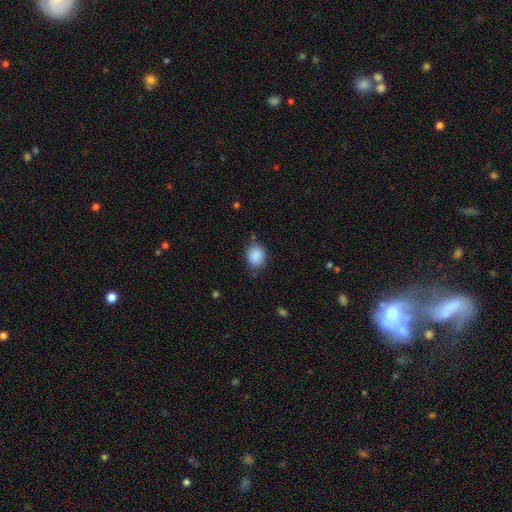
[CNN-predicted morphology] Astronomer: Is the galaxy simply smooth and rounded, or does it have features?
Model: smooth — 88%.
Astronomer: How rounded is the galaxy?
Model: round — 59% (runner-up: in between, 40%).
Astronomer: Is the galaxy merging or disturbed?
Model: none — 78%.